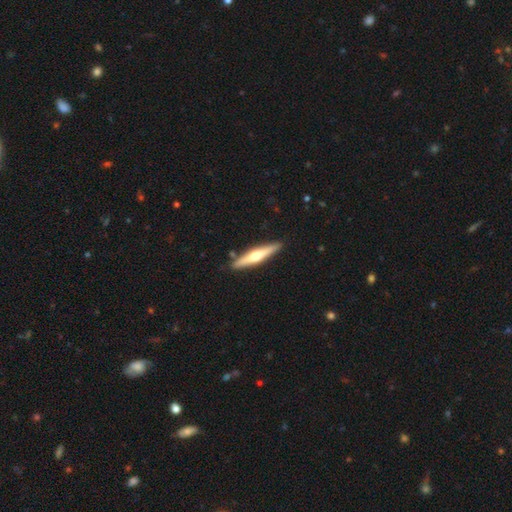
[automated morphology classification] This is possibly a featured or disk galaxy (60%). It is clearly viewed edge-on (96%). Edge-on bulge: clearly rounded (92%). Merging: clearly none (88%).